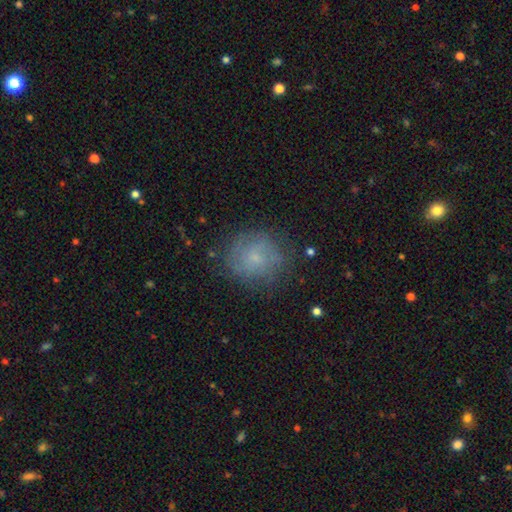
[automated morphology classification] This is possibly a smooth galaxy (55%). How rounded: clearly round (80%). Merging: likely none (76%).